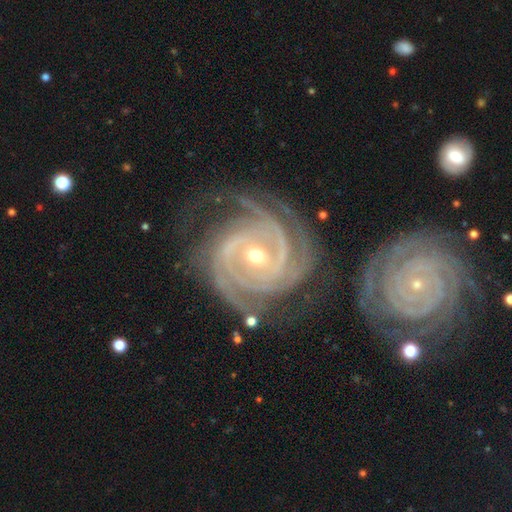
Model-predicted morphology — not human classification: The model was most divided on "bulge size": moderate: 49%, small: 47%, large: 2%, none: 1%, dominant: 1%. Remaining: spiral arms — yes (99%); edge-on disk — no (98%); smooth or featured — featured or disk (93%); spiral winding — tight (79%); merging — none (59%); bar — no (42%); spiral arm count — 3 (39%).